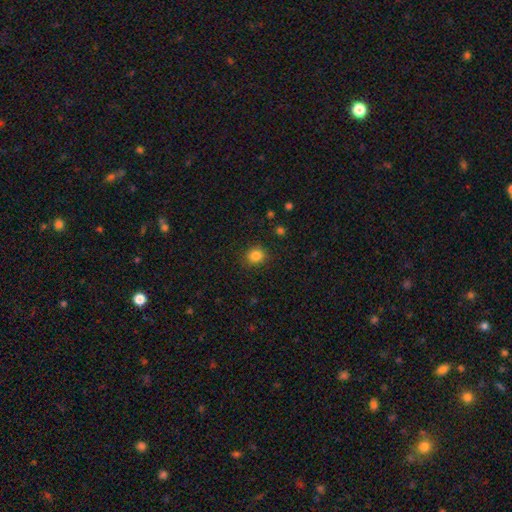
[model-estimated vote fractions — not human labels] A smooth galaxy with no disk features (84%) that is round (77%). Merging: none (87%).